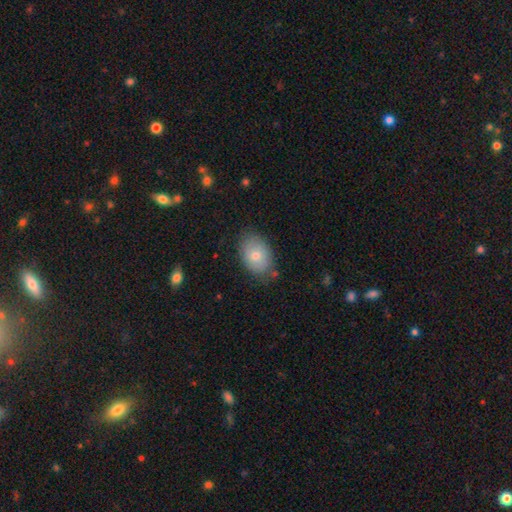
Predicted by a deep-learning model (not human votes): smooth 76%, featured or disk 16%, star or artifact 8%. Down the decision tree: how rounded — in between (84%); merging — none (80%).